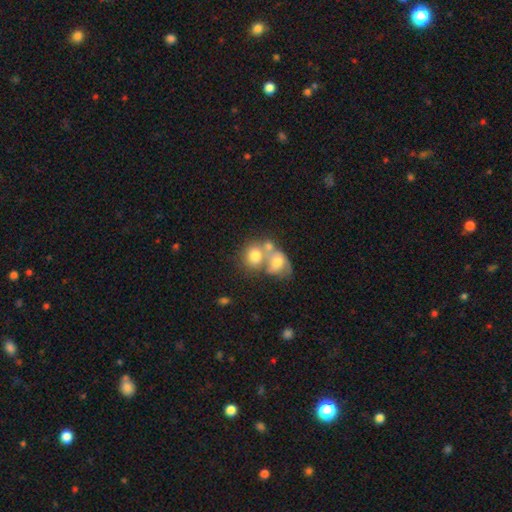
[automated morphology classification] smooth_or_featured: smooth (p=0.68) [alt: featured or disk p=0.22]
how_rounded: round (p=0.61) [alt: in between p=0.38]
merging: merger (p=0.60) [alt: none p=0.24]